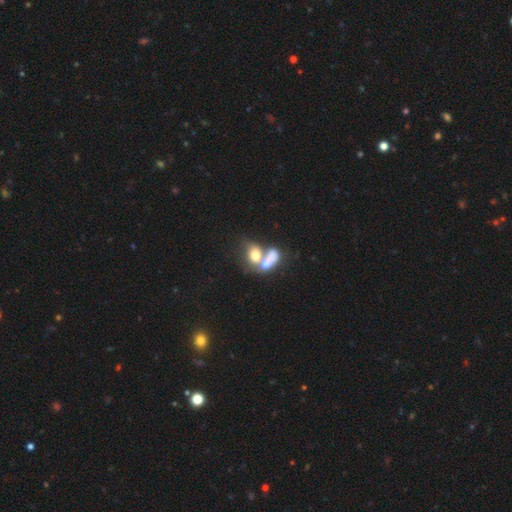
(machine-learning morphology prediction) type=smooth (63%); roundness=in between (70%); merging=merger (70%).